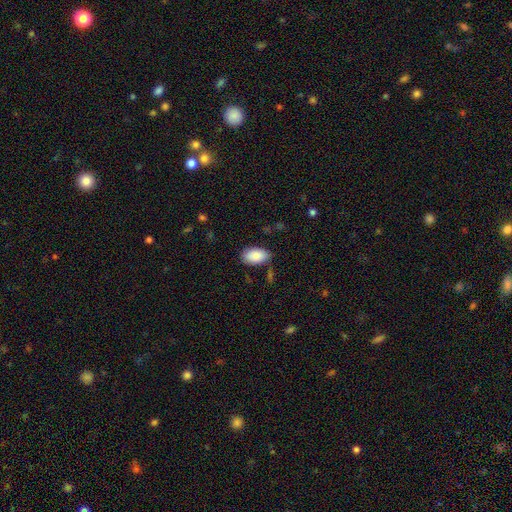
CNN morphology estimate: Smooth or featured?
  - smooth: 88% *
  - star or artifact: 6%
  - featured or disk: 6%
How rounded?
  - in between: 94% *
  - round: 4%
  - cigar-shaped: 1%
Merging?
  - none: 79% *
  - minor disturbance: 15%
  - major disturbance: 3%
  - merger: 3%